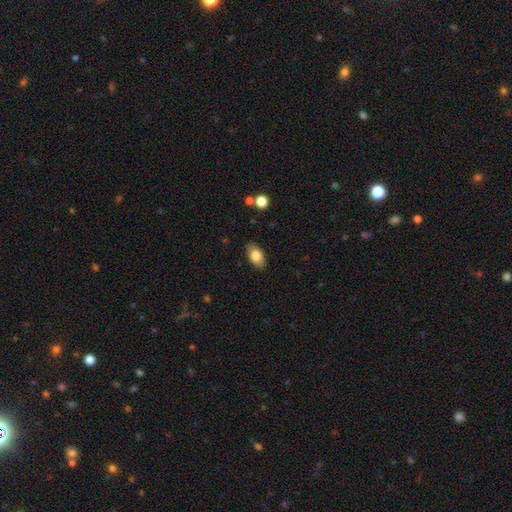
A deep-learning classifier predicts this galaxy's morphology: smooth_or_featured: smooth (p=0.80) [alt: featured or disk p=0.12]
how_rounded: in between (p=0.91) [alt: round p=0.07]
merging: none (p=0.86) [alt: minor disturbance p=0.11]